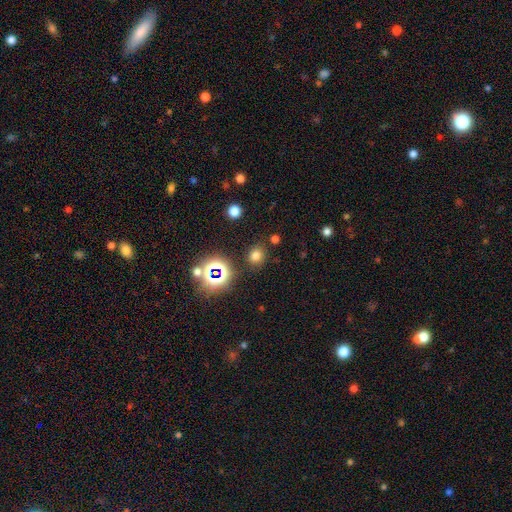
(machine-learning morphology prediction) This is likely a smooth galaxy (69%). How rounded: likely round (76%). Merging: clearly none (83%).